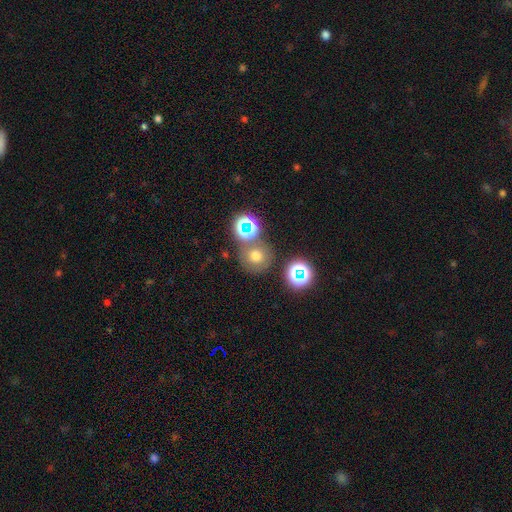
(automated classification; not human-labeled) Overall: smooth (64%; star or artifact 24%). How rounded: round (92%). Merging: none (72%).